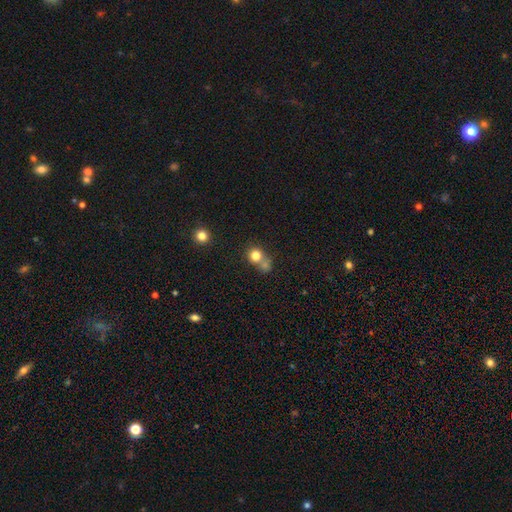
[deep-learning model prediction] A smooth galaxy with no disk features (77%) that is round (82%). Merging: merger (44%).